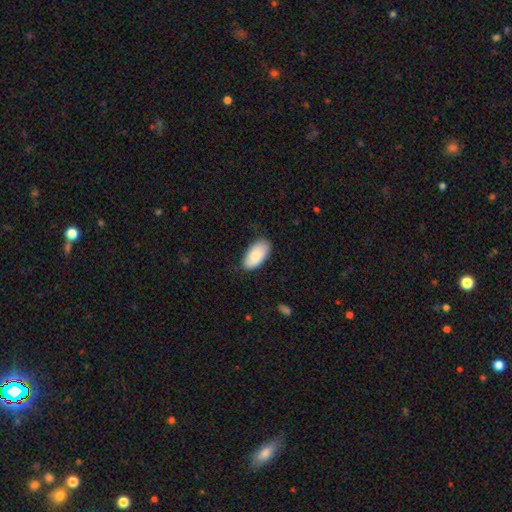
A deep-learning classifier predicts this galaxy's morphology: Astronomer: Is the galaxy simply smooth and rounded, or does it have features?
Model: smooth — 86%.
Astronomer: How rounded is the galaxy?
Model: in between — 96%.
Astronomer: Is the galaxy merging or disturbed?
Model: none — 81%.